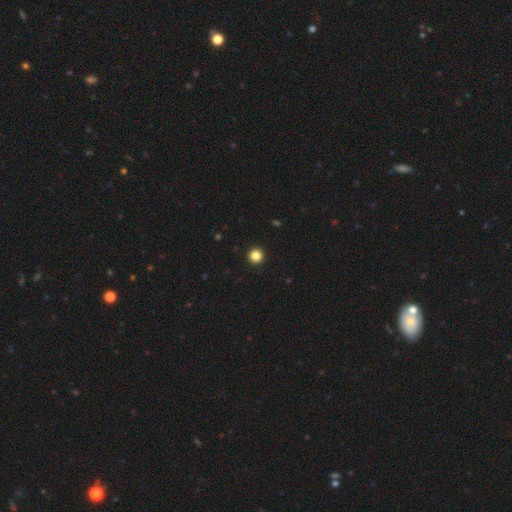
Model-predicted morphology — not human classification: Overall: smooth (85%). How rounded: round (96%). Merging: none (94%).